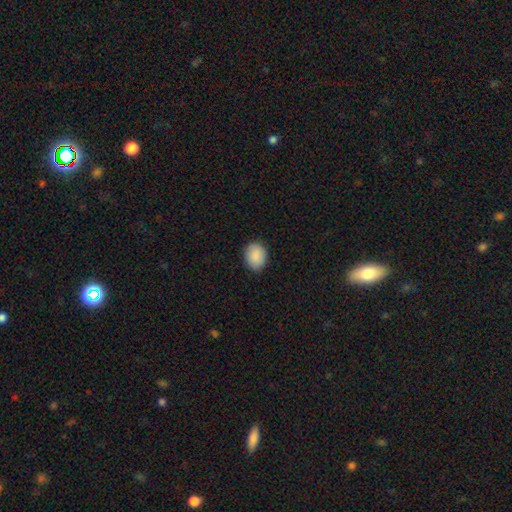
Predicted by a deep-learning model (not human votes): Morphology: type=smooth (89%); roundness=in between (51%); merging=none (87%).